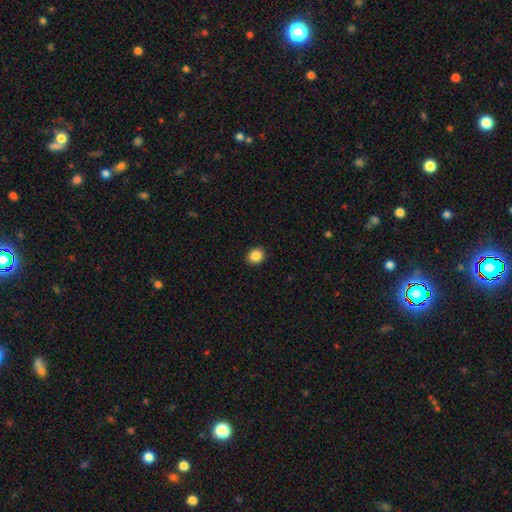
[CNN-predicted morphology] Smooth or featured? Predicted: smooth (p=0.87). How rounded? Predicted: round (p=0.69). Merging? Predicted: none (p=0.91).